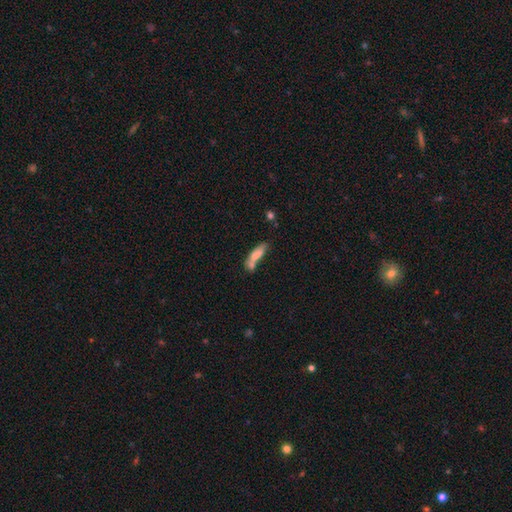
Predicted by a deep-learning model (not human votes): A smooth galaxy with no disk features (73%) that is cigar-shaped (59%). Merging: none (37%).